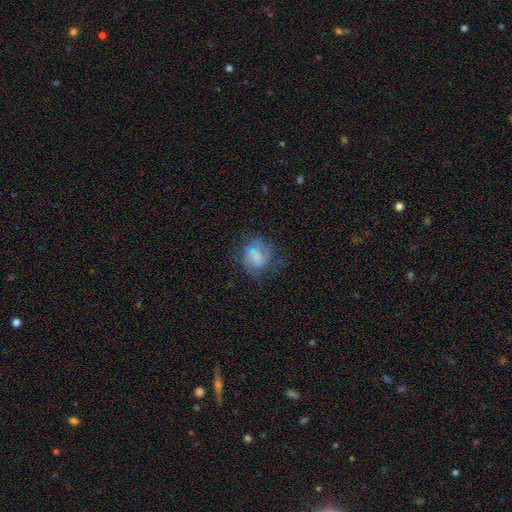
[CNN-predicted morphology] Q: Smooth or featured?
A: featured or disk (58%); runner-up: smooth (34%)
Q: Edge-on disk?
A: no (98%); runner-up: yes (2%)
Q: Bar?
A: no (47%); runner-up: weak (43%)
Q: Spiral arms?
A: yes (84%); runner-up: no (16%)
Q: Bulge size?
A: small (34%); runner-up: none (32%)
Q: Merging?
A: none (59%); runner-up: minor disturbance (22%)